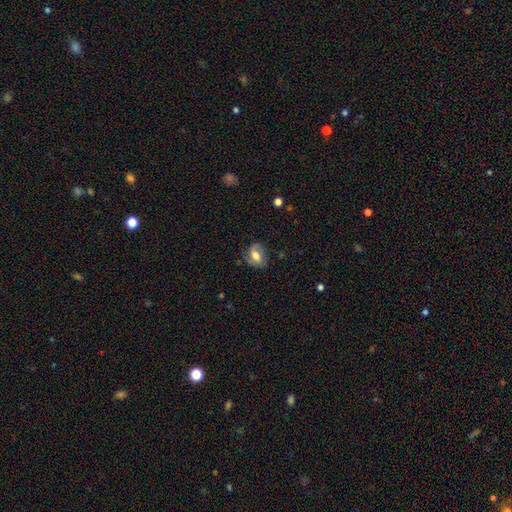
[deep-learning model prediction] smooth_or_featured: smooth (p=0.53) [alt: featured or disk p=0.38]
how_rounded: in between (p=0.67) [alt: round p=0.31]
merging: none (p=0.64) [alt: minor disturbance p=0.24]